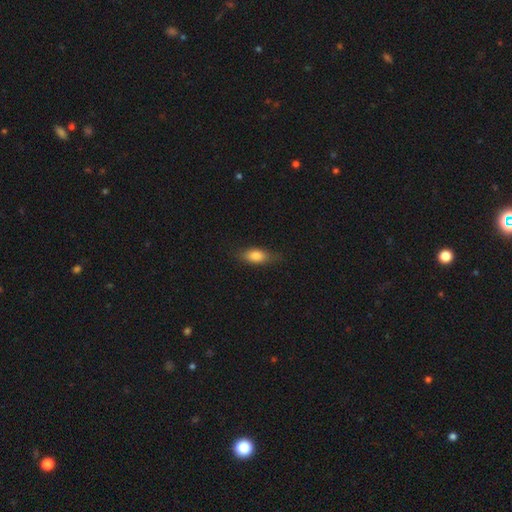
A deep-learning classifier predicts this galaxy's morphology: A smooth galaxy with no disk features (80%) that is in between round and cigar-shaped (80%).

Vote fractions:
- Smooth or featured? smooth: 80% / featured or disk: 12% / star or artifact: 8%
- How rounded? in between: 80% / cigar-shaped: 14% / round: 6%
- Merging? none: 76% / minor disturbance: 18% / major disturbance: 4% / merger: 1%